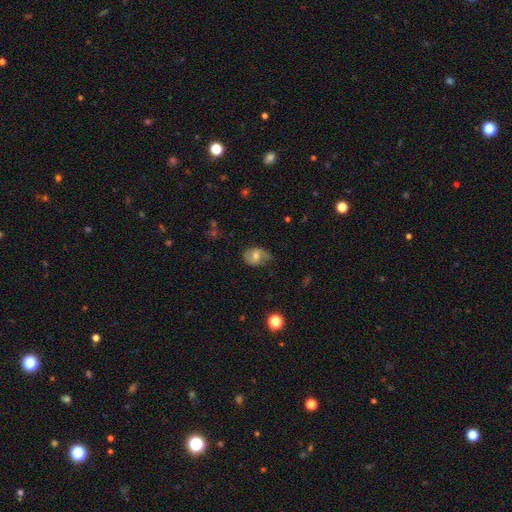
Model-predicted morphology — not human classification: The model was most divided on "smooth or featured": featured or disk: 48%, smooth: 44%, star or artifact: 9%. More confident: merging — none (59%).